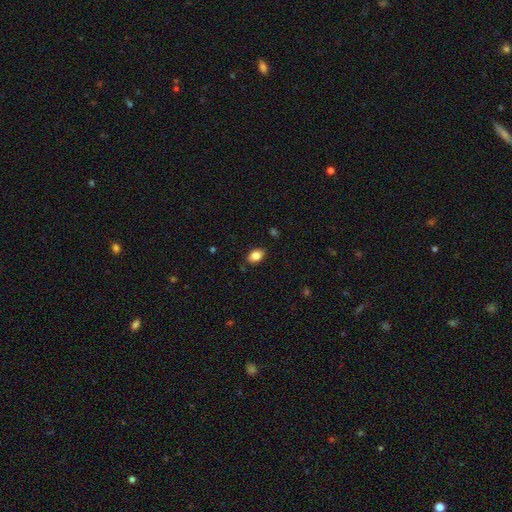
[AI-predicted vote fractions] A smooth galaxy with no disk features (84%) that is in between round and cigar-shaped (82%). Merging: none (85%).